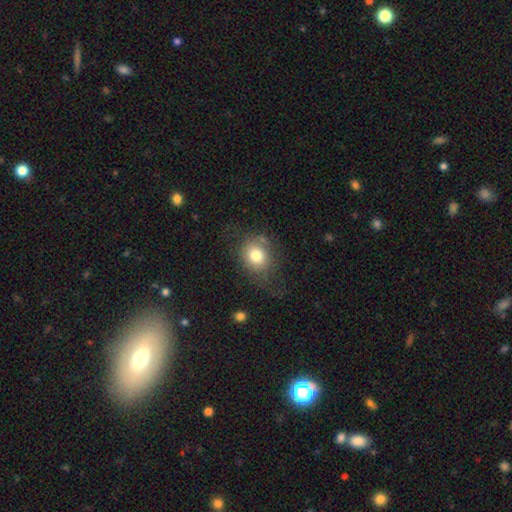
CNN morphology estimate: Q: Smooth or featured?
A: smooth (74%); runner-up: featured or disk (15%)
Q: How rounded?
A: round (66%); runner-up: in between (33%)
Q: Merging?
A: none (59%); runner-up: minor disturbance (21%)